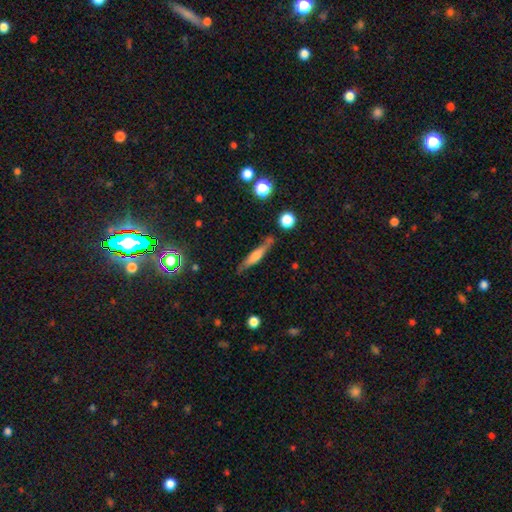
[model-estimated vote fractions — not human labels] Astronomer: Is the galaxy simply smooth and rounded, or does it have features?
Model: smooth — 49% (runner-up: featured or disk, 43%).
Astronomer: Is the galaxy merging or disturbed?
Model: none — 74%.